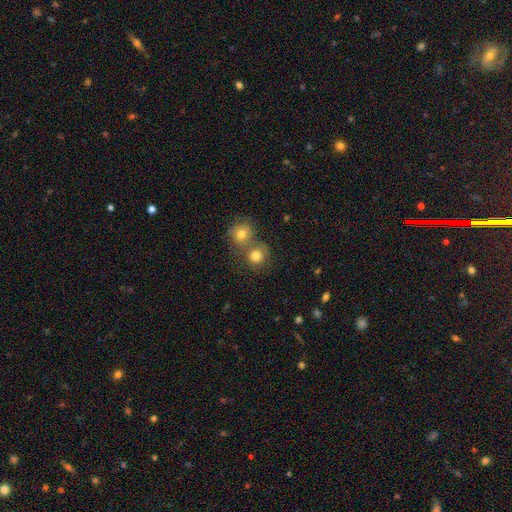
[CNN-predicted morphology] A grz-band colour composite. It shows a smooth galaxy with no disk features (78%) that is round (86%). Merging: none (48%).